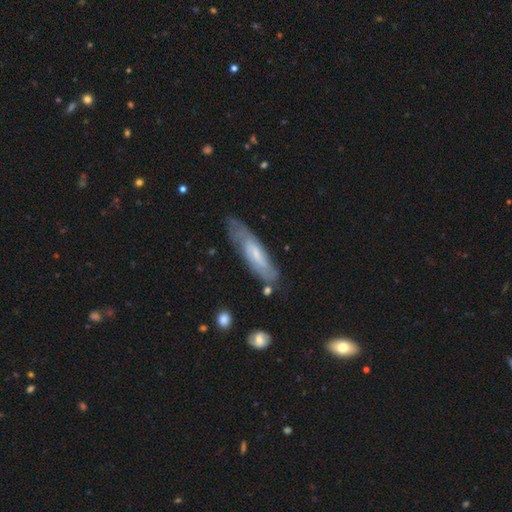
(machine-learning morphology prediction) Smooth or featured: featured or disk — 59% (smooth — 32%)
Edge-on disk: no — 62% (yes — 38%)
Merging: none — 77% (minor disturbance — 16%)